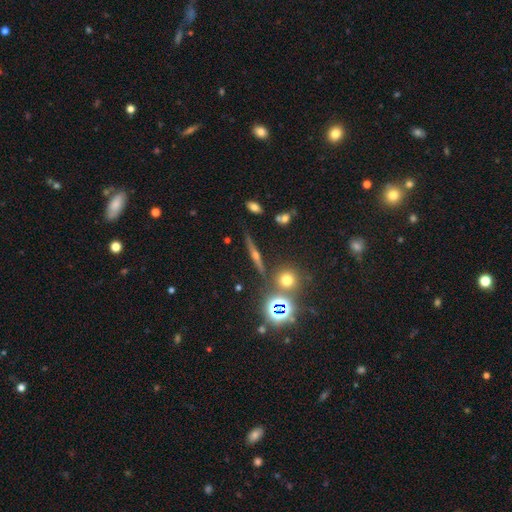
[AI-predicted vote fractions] A featured or disk galaxy (60%) viewed edge-on (94%) with a rounded central bulge (89%).

Vote fractions:
- Smooth or featured? featured or disk: 60% / star or artifact: 22% / smooth: 18%
- Edge-on disk? yes: 94% / no: 6%
- Edge-on bulge? rounded: 89% / none: 6% / boxy: 5%
- Merging? none: 85% / minor disturbance: 8% / merger: 4% / major disturbance: 3%